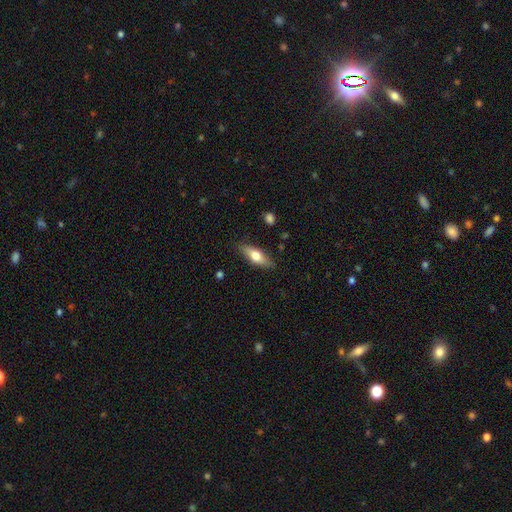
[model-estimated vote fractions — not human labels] This is likely a smooth galaxy (64%). How rounded: possibly in between (58%). Merging: clearly none (84%).